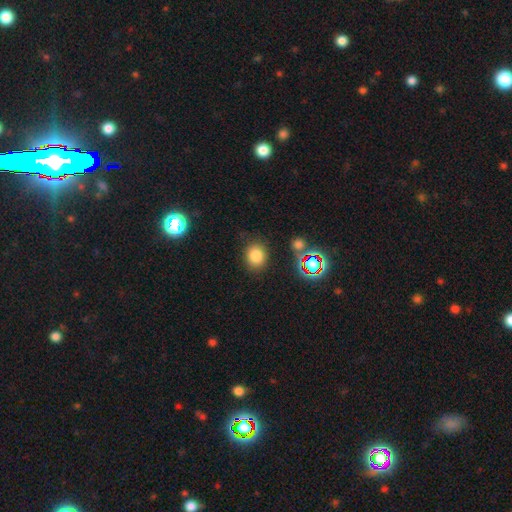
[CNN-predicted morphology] Smooth or featured?
  - smooth: 79% *
  - star or artifact: 15%
  - featured or disk: 6%
How rounded?
  - round: 69% *
  - in between: 30%
  - cigar-shaped: 1%
Merging?
  - none: 82% *
  - minor disturbance: 11%
  - major disturbance: 4%
  - merger: 3%